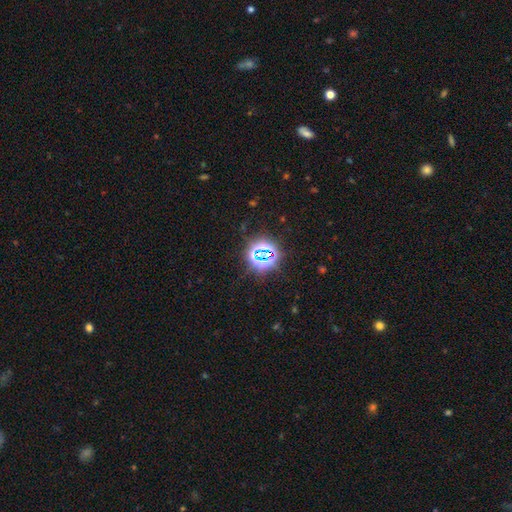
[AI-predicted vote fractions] Overall: star or artifact (76%).